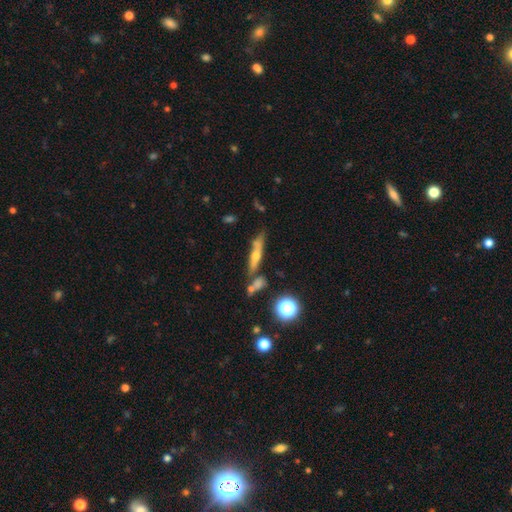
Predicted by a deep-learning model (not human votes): Smooth or featured? Predicted: featured or disk (p=0.57). Edge-on disk? Predicted: yes (p=0.86). Merging? Predicted: none (p=0.67).